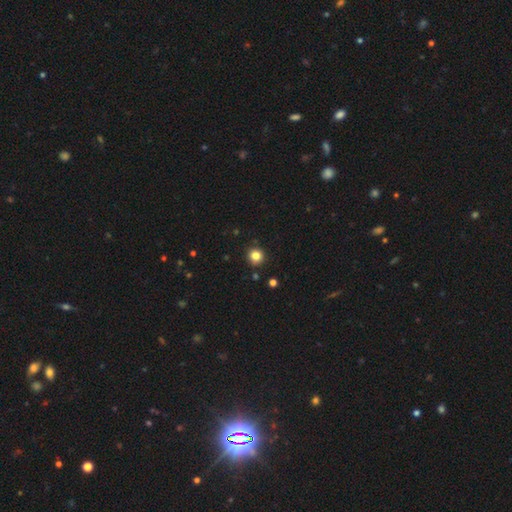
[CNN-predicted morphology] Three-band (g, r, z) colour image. It shows a smooth galaxy with no disk features (83%) that is round (93%). Merging: none (90%).